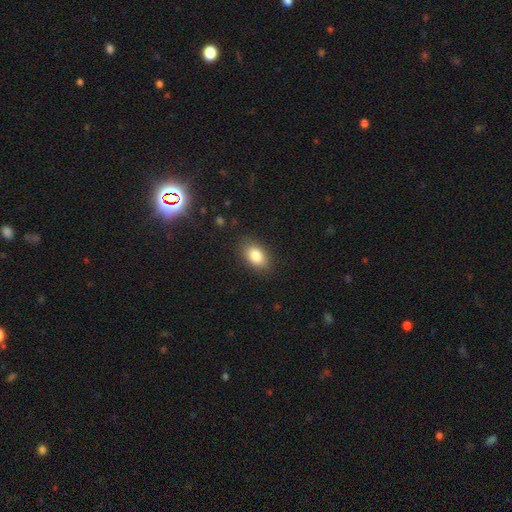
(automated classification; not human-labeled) The model was most divided on "merging": none: 85%, minor disturbance: 11%, major disturbance: 3%, merger: 1%. More confident: how rounded — in between (89%); smooth or featured — smooth (84%).